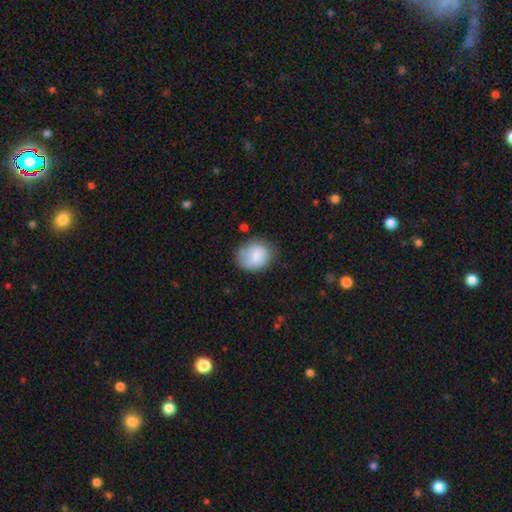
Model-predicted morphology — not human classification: Smooth or featured? smooth (77%)
How rounded? round (63%)
Merging? none (63%)